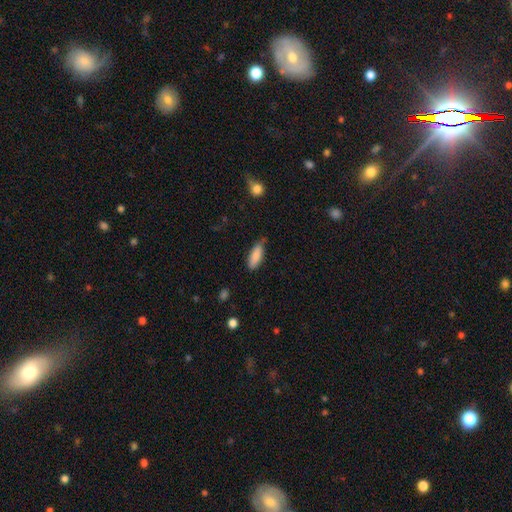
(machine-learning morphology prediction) smooth 87%, featured or disk 7%, star or artifact 6%. Down the decision tree: how rounded — in between (68%); merging — none (69%).